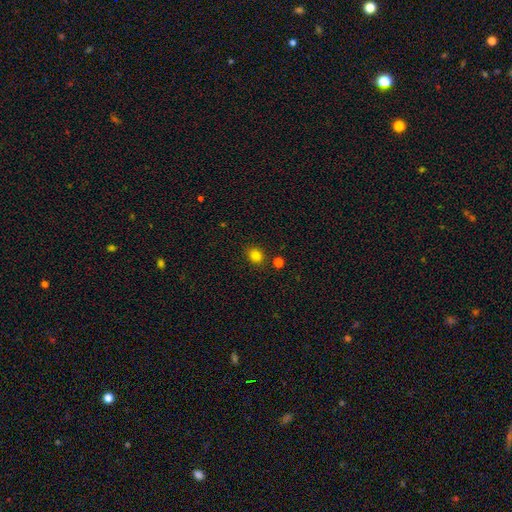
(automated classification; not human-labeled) This is clearly a smooth galaxy (81%). How rounded: likely round (71%). Merging: clearly none (84%).